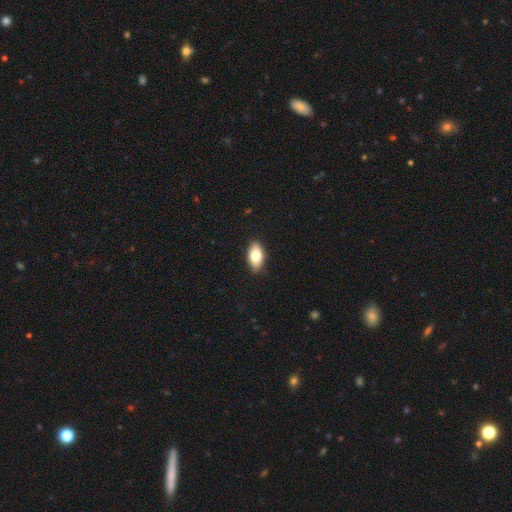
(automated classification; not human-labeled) A smooth galaxy with no disk features (81%) that is in between round and cigar-shaped (92%). Merging: none (88%).